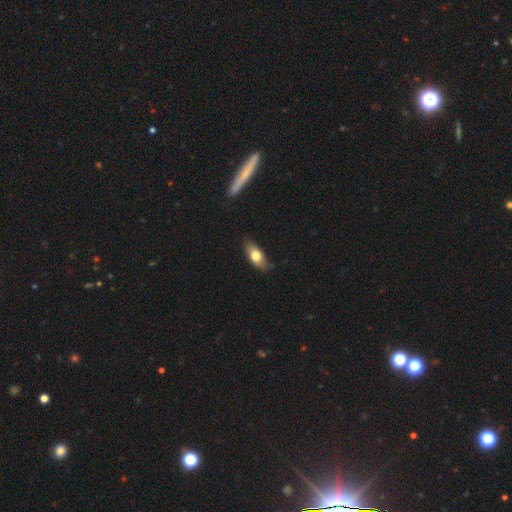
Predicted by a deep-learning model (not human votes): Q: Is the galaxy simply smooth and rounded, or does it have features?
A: smooth — 72%.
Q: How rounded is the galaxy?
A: in between — 83%.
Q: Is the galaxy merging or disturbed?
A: none — 73%.